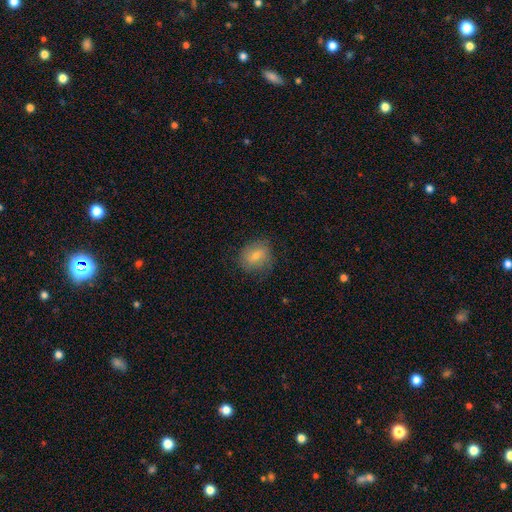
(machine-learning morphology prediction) type=smooth (72%); roundness=round (65%); merging=none (75%).